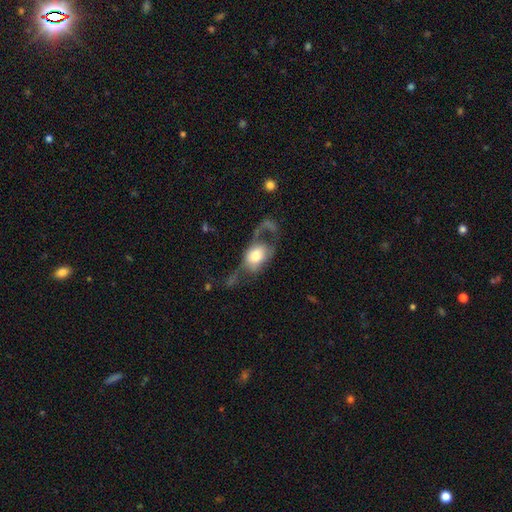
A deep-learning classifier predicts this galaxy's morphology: This appears to be a smooth galaxy with no disk features (48%). Merging: major disturbance (55%).